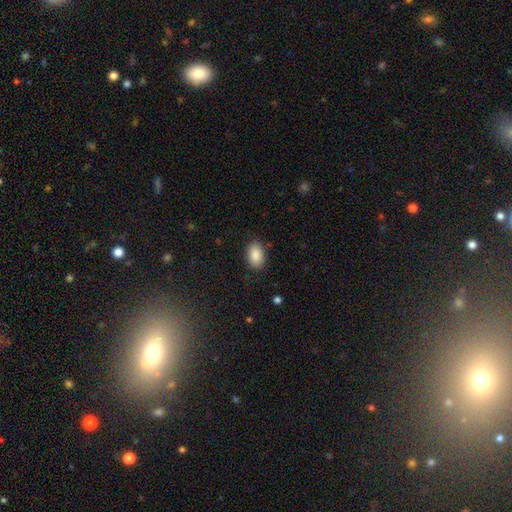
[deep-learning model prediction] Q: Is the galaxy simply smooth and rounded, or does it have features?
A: smooth — 89%.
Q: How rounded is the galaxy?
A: in between — 89%.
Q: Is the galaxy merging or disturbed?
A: none — 85%.